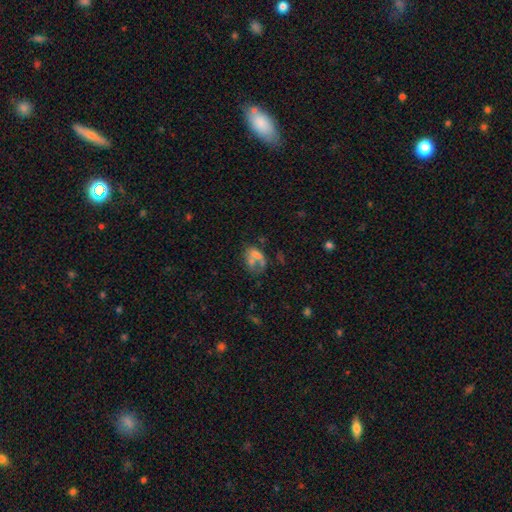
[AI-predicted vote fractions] Morphology: type=smooth (52%); roundness=in between (76%); merging=merger (43%).